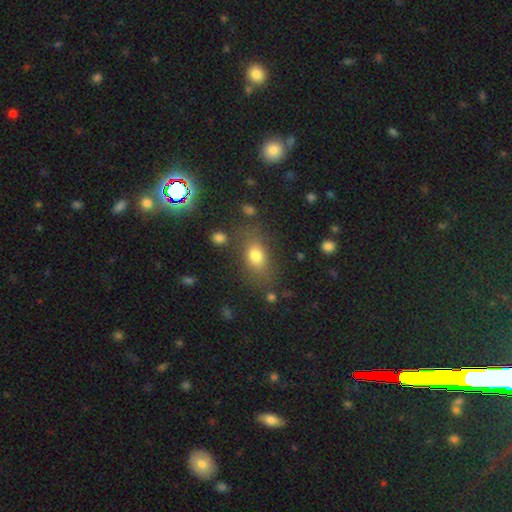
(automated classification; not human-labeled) smooth_or_featured: smooth (p=0.77) [alt: star or artifact p=0.13]
how_rounded: in between (p=0.74) [alt: round p=0.22]
merging: none (p=0.70) [alt: minor disturbance p=0.15]